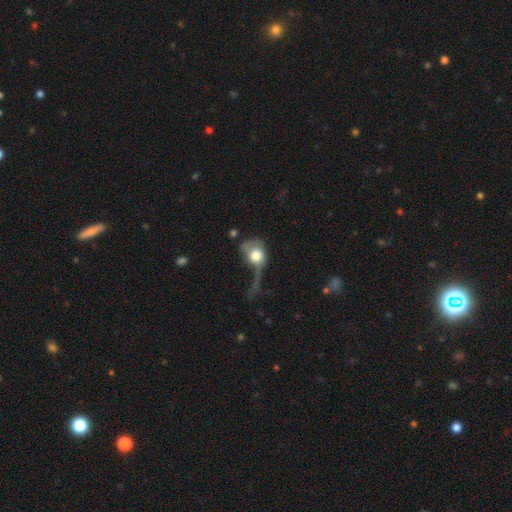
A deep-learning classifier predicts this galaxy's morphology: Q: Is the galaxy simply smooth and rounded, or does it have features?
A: smooth — 66%.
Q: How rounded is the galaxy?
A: round — 51%.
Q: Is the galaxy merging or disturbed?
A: major disturbance — 56%.